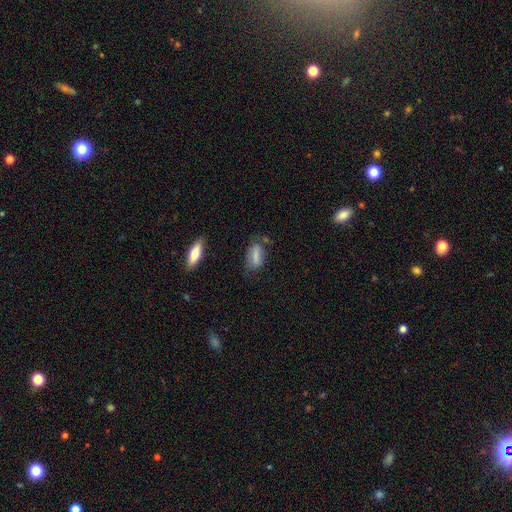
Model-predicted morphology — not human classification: smooth 74%, featured or disk 17%, star or artifact 9%. Down the decision tree: how rounded — in between (78%); merging — none (61%).